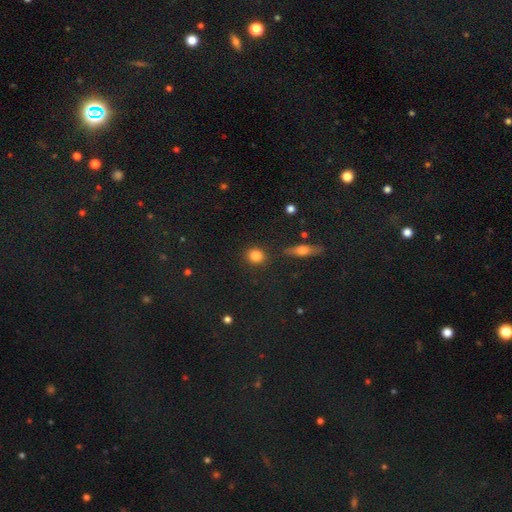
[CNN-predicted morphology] type=smooth (85%); roundness=round (79%); merging=none (87%).